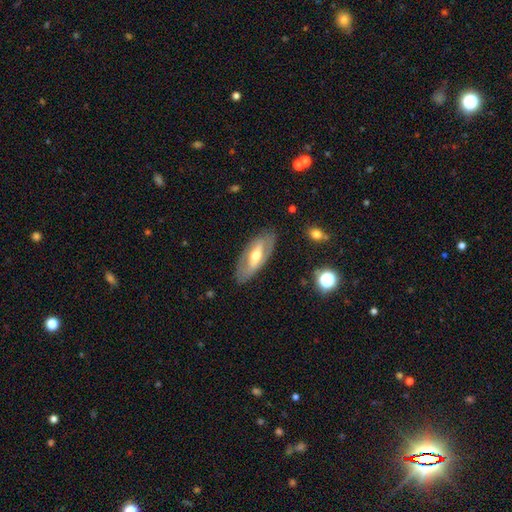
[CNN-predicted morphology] Q: Smooth or featured?
A: featured or disk (64%); runner-up: smooth (30%)
Q: Edge-on disk?
A: no (82%); runner-up: yes (18%)
Q: Bar?
A: strong (37%); runner-up: no (32%)
Q: Spiral arms?
A: no (58%); runner-up: yes (42%)
Q: Bulge size?
A: moderate (71%); runner-up: small (18%)
Q: Merging?
A: none (81%); runner-up: minor disturbance (13%)